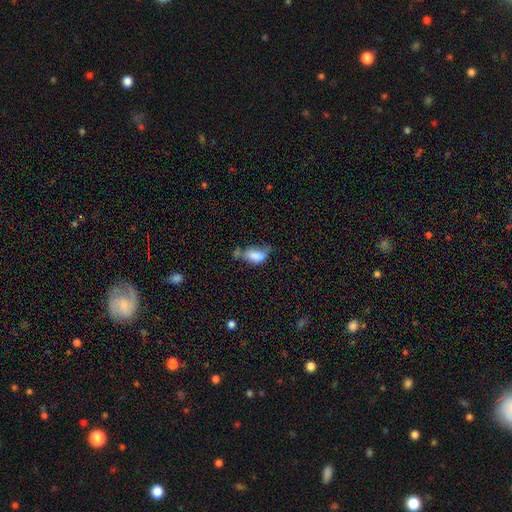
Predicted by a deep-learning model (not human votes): smooth_or_featured: smooth (p=0.77) [alt: featured or disk p=0.14]
how_rounded: in between (p=0.91) [alt: round p=0.06]
merging: minor disturbance (p=0.29) [alt: major disturbance p=0.25]